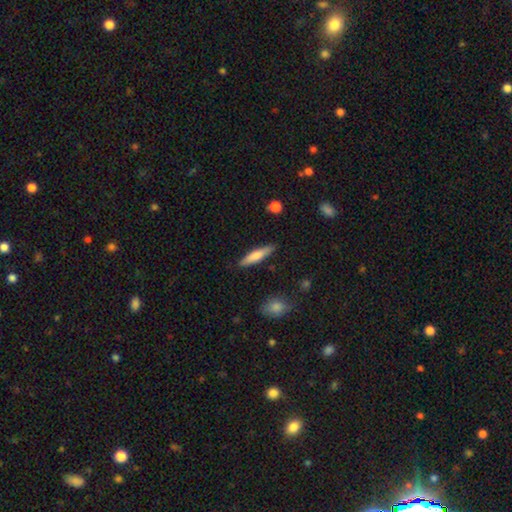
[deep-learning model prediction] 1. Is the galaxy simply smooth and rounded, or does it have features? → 73% smooth, 22% featured or disk, 6% star or artifact.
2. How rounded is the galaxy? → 80% cigar-shaped, 19% in between, 2% round.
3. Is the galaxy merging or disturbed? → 87% none, 9% minor disturbance, 2% major disturbance, 2% merger.